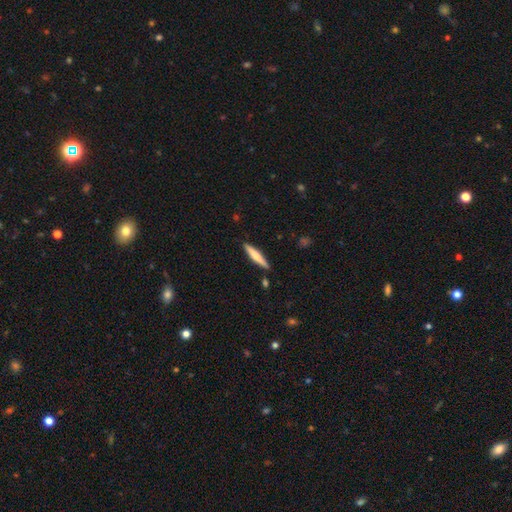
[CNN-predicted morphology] The model was most divided on "smooth or featured": smooth: 55%, featured or disk: 39%, star or artifact: 6%. More confident: how rounded — cigar-shaped (89%); merging — none (88%).